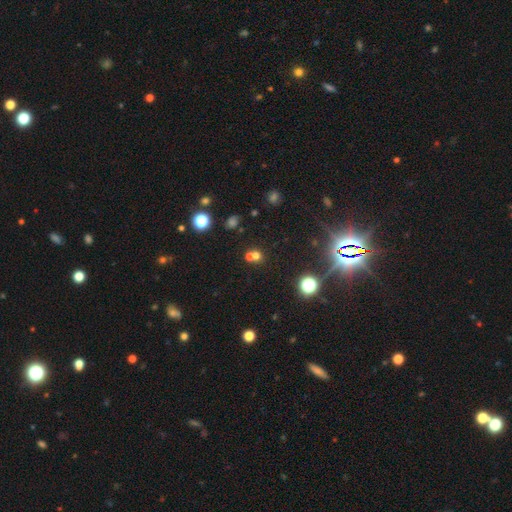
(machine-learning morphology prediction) This appears to be a smooth galaxy with no disk features (57%) that is round (84%). Merging: merger (49%).